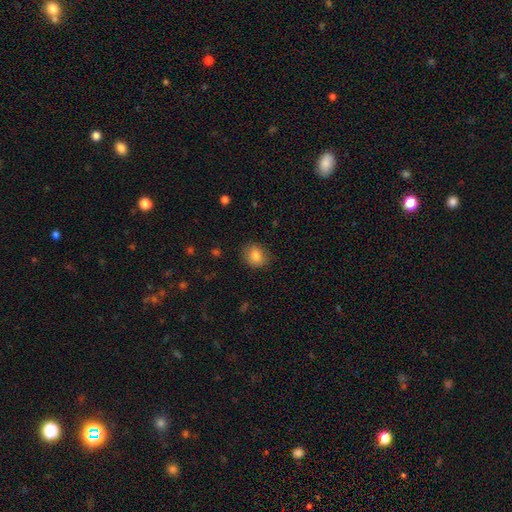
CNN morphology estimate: This is clearly a smooth galaxy (82%). How rounded: likely round (61%). Merging: clearly none (82%).